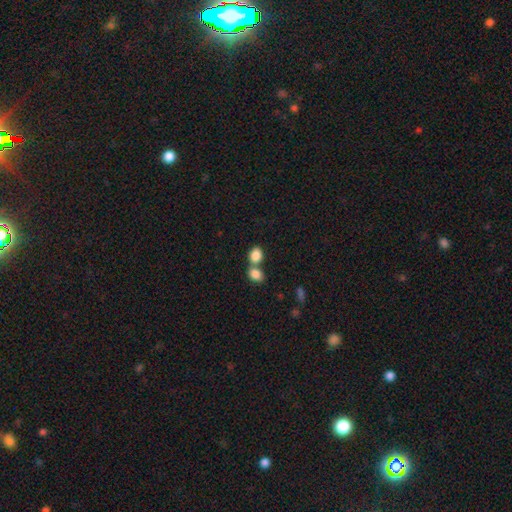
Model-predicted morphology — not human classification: smooth-or-featured: smooth: 85% | star or artifact: 9% | featured or disk: 7%
  how-rounded: in between: 59% | round: 40% | cigar-shaped: 1%
  merging: merger: 52% | none: 37% | minor disturbance: 7% | major disturbance: 3%